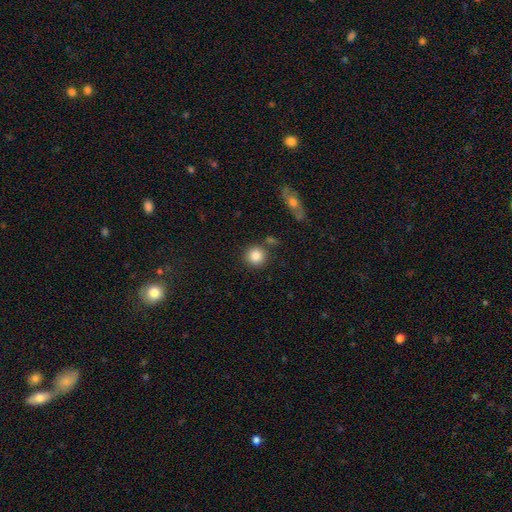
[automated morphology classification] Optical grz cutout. It shows a smooth galaxy with no disk features (86%) that is round (92%). Merging: none (81%).